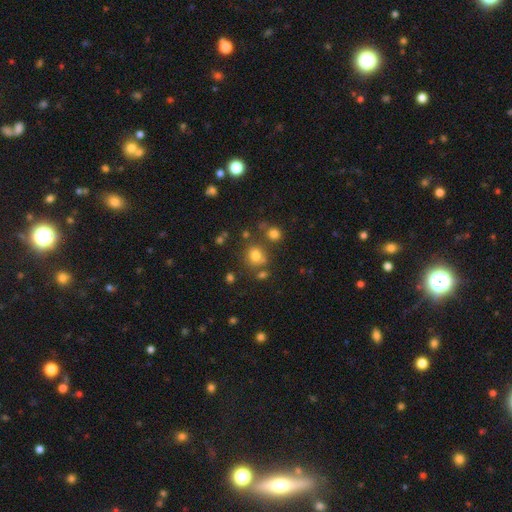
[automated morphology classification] smooth 75%, star or artifact 17%, featured or disk 8%. Down the decision tree: how rounded — round (79%); merging — none (68%).